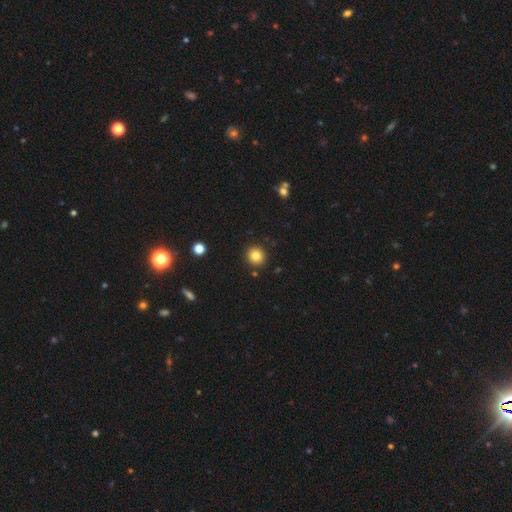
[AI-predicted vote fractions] The model was most divided on "smooth or featured": smooth: 82%, star or artifact: 11%, featured or disk: 6%. More confident: how rounded — round (91%); merging — none (90%).